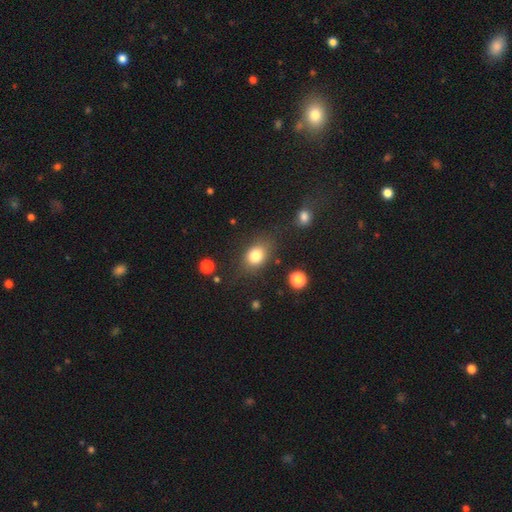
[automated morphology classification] smooth-or-featured: smooth: 80% | star or artifact: 11% | featured or disk: 9%
  how-rounded: in between: 61% | round: 38% | cigar-shaped: 1%
  merging: none: 75% | minor disturbance: 15% | major disturbance: 6% | merger: 4%